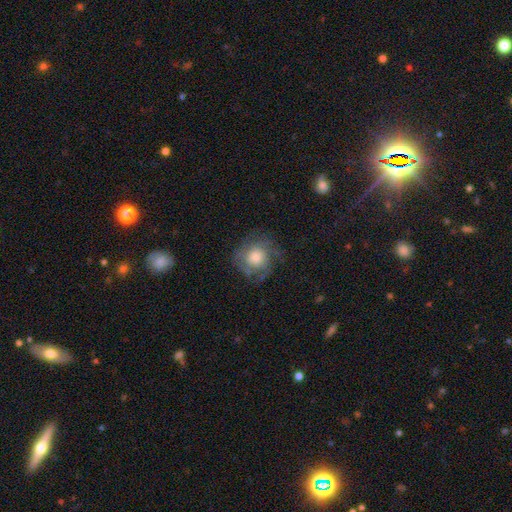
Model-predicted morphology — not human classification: A smooth galaxy with no disk features (48%).

Vote fractions:
- Smooth or featured? smooth: 48% / featured or disk: 43% / star or artifact: 10%
- Merging? none: 67% / minor disturbance: 19% / major disturbance: 13% / merger: 1%